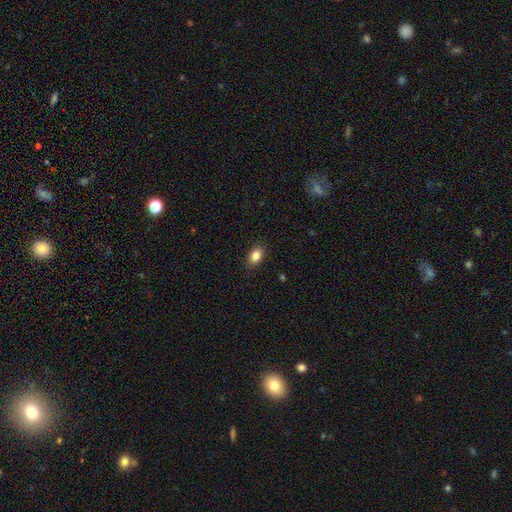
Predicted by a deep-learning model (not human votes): The model was most divided on "how rounded": in between: 86%, round: 12%, cigar-shaped: 2%. More confident: merging — none (88%); smooth or featured — smooth (86%).